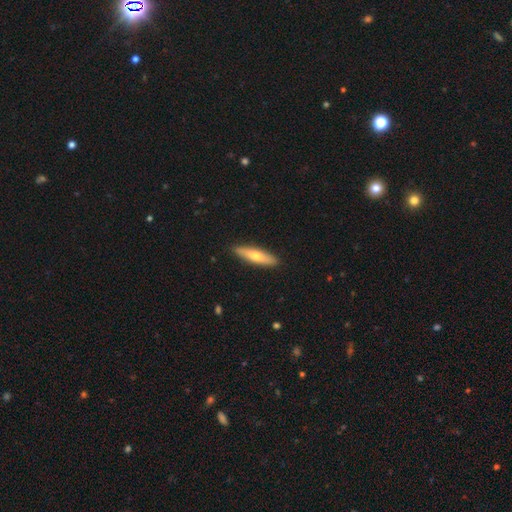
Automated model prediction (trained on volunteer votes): Smooth or featured? smooth (58%)
How rounded? cigar-shaped (74%)
Merging? none (90%)